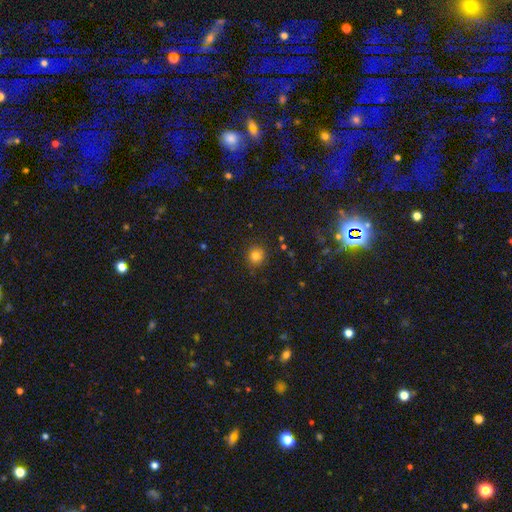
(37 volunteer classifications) A smooth galaxy with no disk features (92%) that is round (79%).

Vote fractions:
- Smooth or featured? smooth: 92% / star or artifact: 5% / featured or disk: 3%
- How rounded? round: 79% / in between: 21% / cigar-shaped: 0%
- Merging? none: 86% / minor disturbance: 9% / major disturbance: 3% / merger: 3%